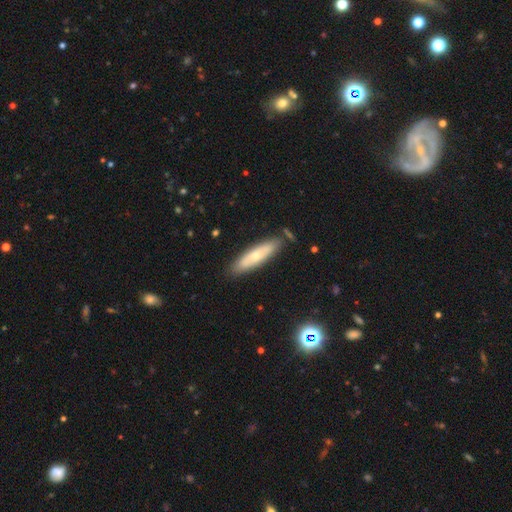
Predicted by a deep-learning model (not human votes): This appears to be a smooth galaxy with no disk features (50%). Merging: none (80%).